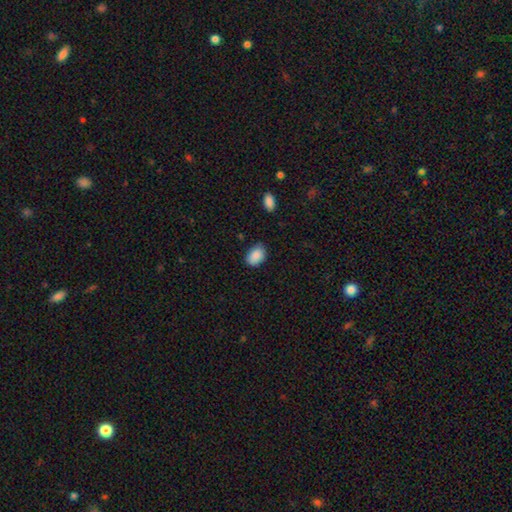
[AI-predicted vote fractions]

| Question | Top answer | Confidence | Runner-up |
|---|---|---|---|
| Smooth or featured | smooth | 88% | star or artifact (8%) |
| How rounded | in between | 82% | round (17%) |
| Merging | none | 75% | minor disturbance (20%) |